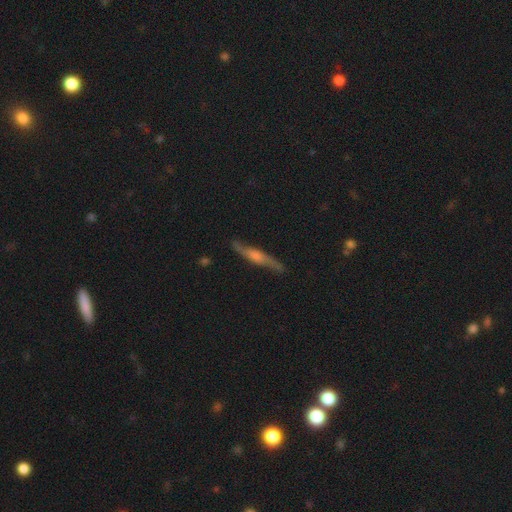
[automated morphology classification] A featured or disk galaxy (70%) viewed edge-on (83%) with a rounded central bulge (77%). Merging: none (83%).